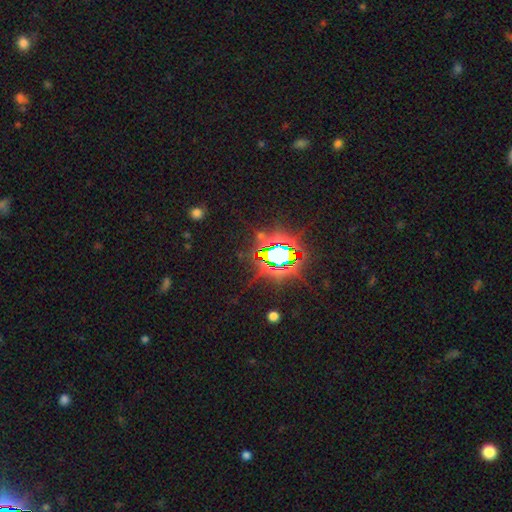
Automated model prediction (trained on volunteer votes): This appears to be a star or artifact, not a galaxy (80%).